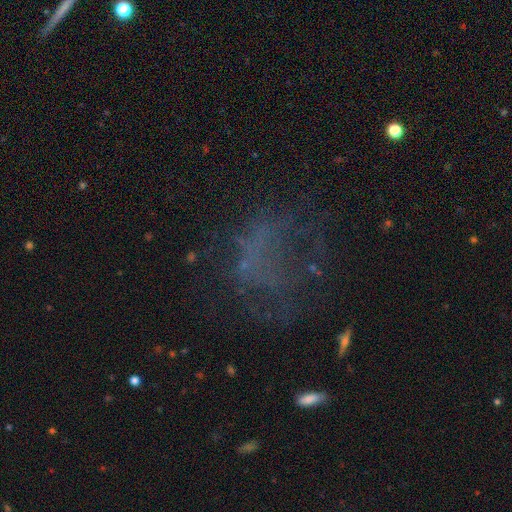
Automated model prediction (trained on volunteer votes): featured or disk 38%, star or artifact 33%, smooth 29%. Down the decision tree: merging — none (47%).